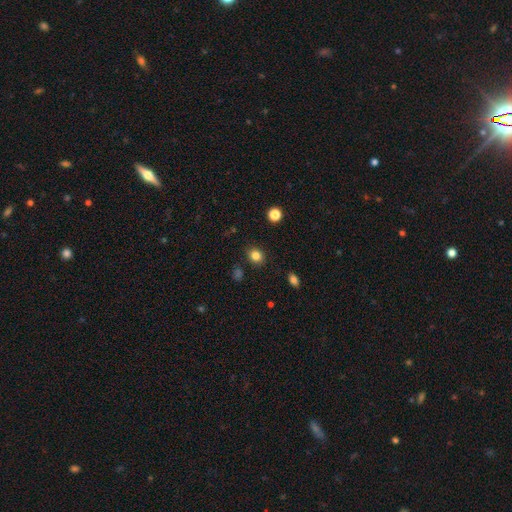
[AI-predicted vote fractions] smooth 83%, star or artifact 12%, featured or disk 5%. Down the decision tree: how rounded — round (68%); merging — none (88%).